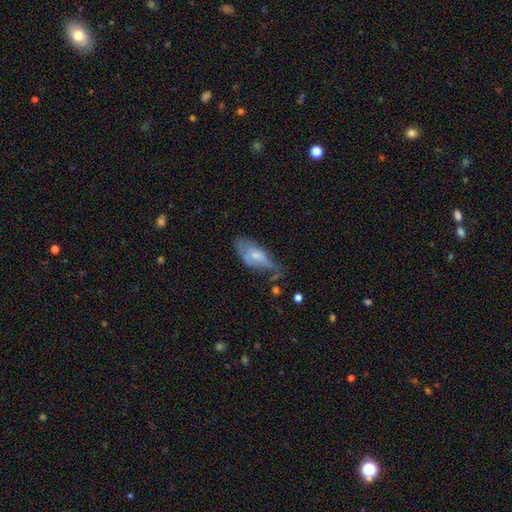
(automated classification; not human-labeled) Smooth or featured? Predicted: smooth (p=0.48). Merging? Predicted: minor disturbance (p=0.33).